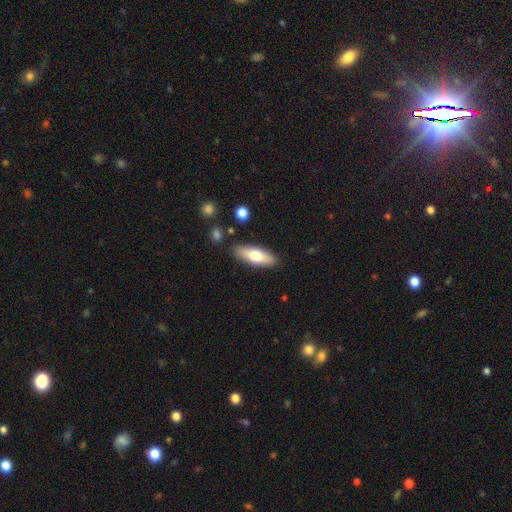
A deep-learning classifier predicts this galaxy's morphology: A smooth galaxy with no disk features (68%) that is in between round and cigar-shaped (61%). Merging: none (86%).